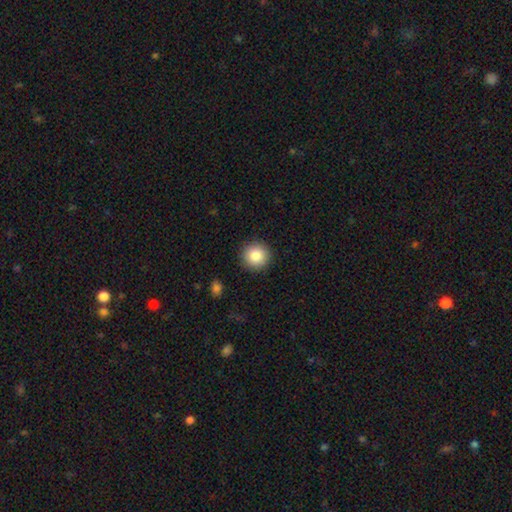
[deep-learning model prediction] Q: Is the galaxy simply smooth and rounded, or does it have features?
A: smooth — 85%.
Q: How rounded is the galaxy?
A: round — 95%.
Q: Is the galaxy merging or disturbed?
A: none — 92%.